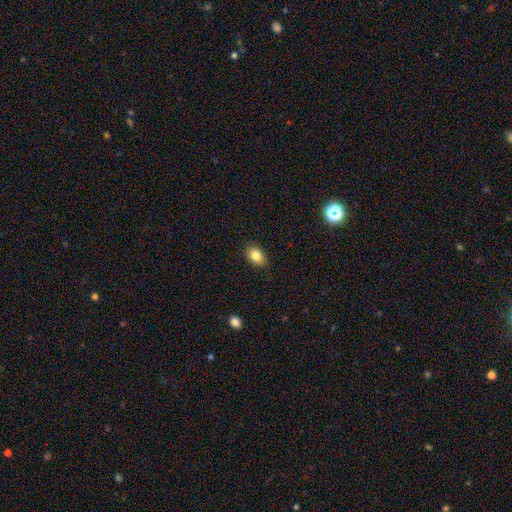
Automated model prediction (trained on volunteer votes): smooth 84%, star or artifact 9%, featured or disk 7%. Down the decision tree: how rounded — in between (78%); merging — none (89%).